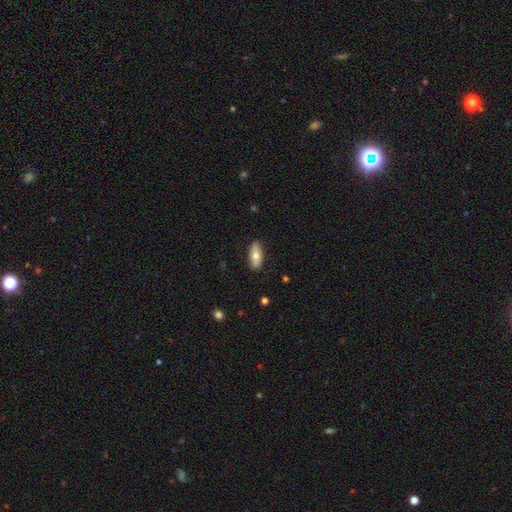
Smooth or featured?
  - smooth: 62% *
  - featured or disk: 36%
  - star or artifact: 3%
How rounded?
  - in between: 83% *
  - cigar-shaped: 17%
  - round: 0%
Merging?
  - none: 89% *
  - minor disturbance: 11%
  - major disturbance: 0%
  - merger: 0%